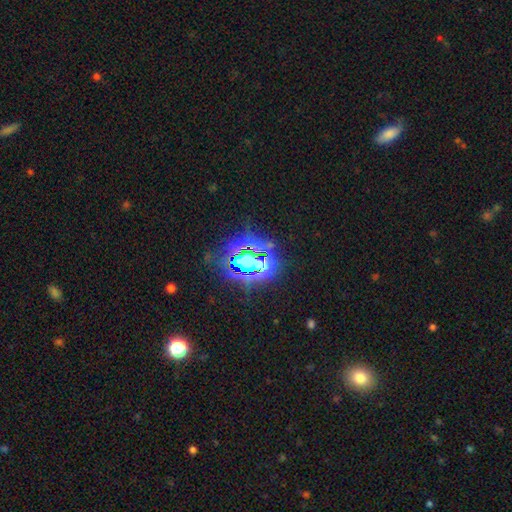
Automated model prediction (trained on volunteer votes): Smooth or featured?
  - star or artifact: 81% *
  - smooth: 12%
  - featured or disk: 7%